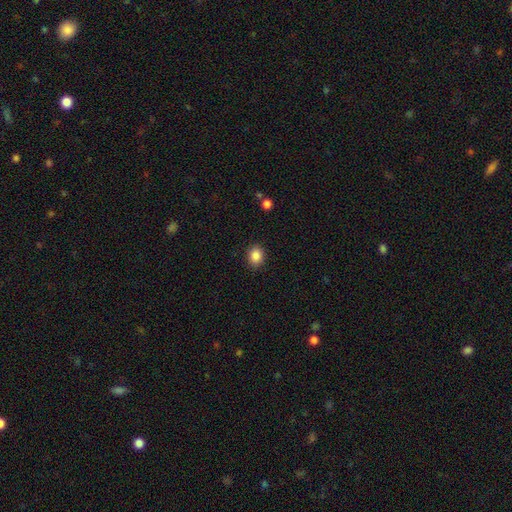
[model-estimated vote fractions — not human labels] A smooth galaxy with no disk features (86%) that is round (55%).

Vote fractions:
- Smooth or featured? smooth: 86% / star or artifact: 9% / featured or disk: 4%
- How rounded? round: 55% / in between: 44% / cigar-shaped: 1%
- Merging? none: 89% / minor disturbance: 8% / major disturbance: 2% / merger: 1%